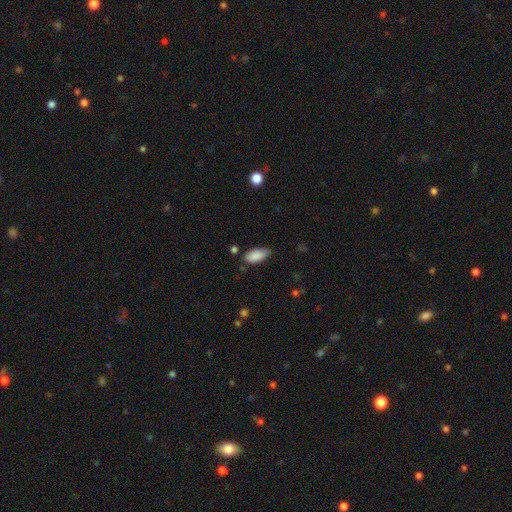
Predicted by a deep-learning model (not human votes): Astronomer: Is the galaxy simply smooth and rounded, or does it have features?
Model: smooth — 87%.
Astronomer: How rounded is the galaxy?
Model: in between — 90%.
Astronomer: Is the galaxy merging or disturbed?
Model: none — 63%.